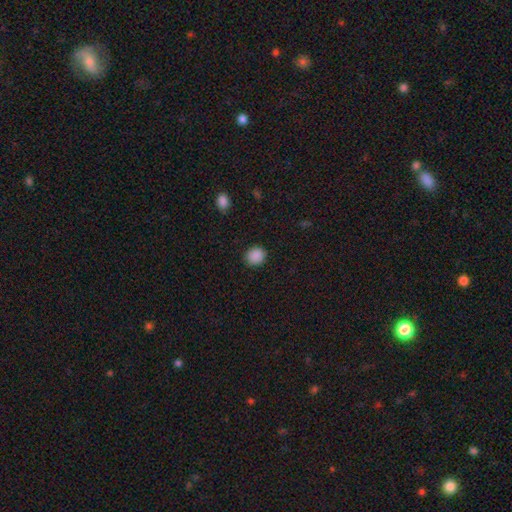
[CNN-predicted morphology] Smooth or featured?
  - smooth: 88% *
  - star or artifact: 9%
  - featured or disk: 2%
How rounded?
  - round: 78% *
  - in between: 21%
  - cigar-shaped: 1%
Merging?
  - none: 89% *
  - minor disturbance: 7%
  - major disturbance: 2%
  - merger: 1%